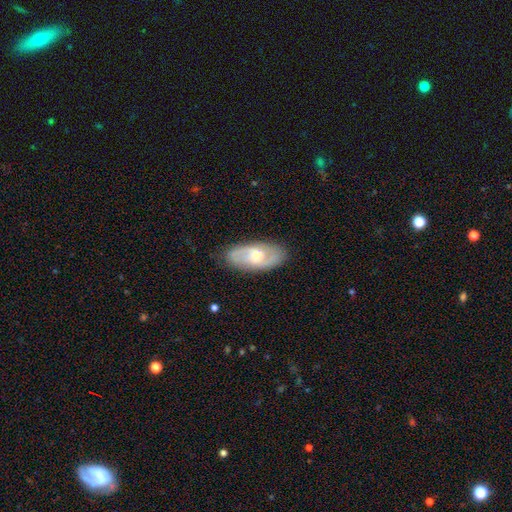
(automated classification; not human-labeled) Smooth or featured?
  - featured or disk: 64% *
  - smooth: 30%
  - star or artifact: 6%
Edge-on disk?
  - no: 91% *
  - yes: 9%
Bar?
  - no: 47% *
  - weak: 45%
  - strong: 8%
Spiral arms?
  - yes: 86% *
  - no: 14%
Spiral winding?
  - medium: 49% *
  - tight: 27%
  - loose: 24%
Spiral arm count?
  - 2: 79% *
  - can't tell: 13%
  - 1: 2%
  - 3: 2%
  - 4: 1%
  - more than 4: 1%
Bulge size?
  - moderate: 57% *
  - small: 30%
  - large: 8%
  - none: 3%
  - dominant: 1%
Merging?
  - none: 83% *
  - minor disturbance: 12%
  - major disturbance: 3%
  - merger: 1%